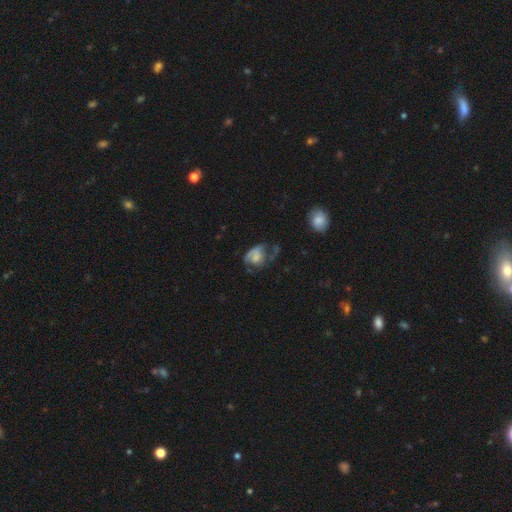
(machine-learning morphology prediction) Smooth or featured?
  - featured or disk: 46% *
  - smooth: 43%
  - star or artifact: 10%
Merging?
  - major disturbance: 39% *
  - none: 29%
  - minor disturbance: 26%
  - merger: 6%